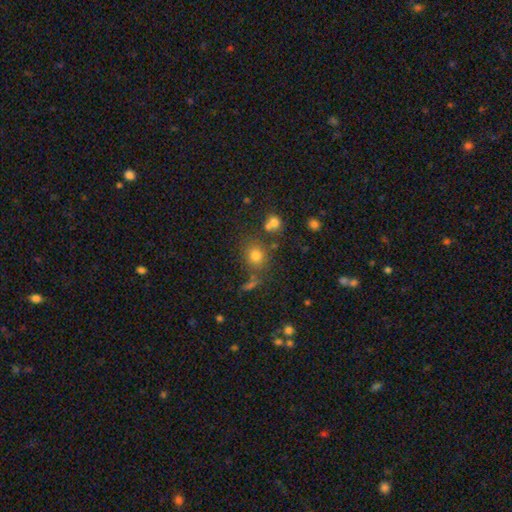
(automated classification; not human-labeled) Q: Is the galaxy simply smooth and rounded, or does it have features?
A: smooth — 75%.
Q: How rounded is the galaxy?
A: round — 79%.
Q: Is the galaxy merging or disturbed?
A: none — 71%.